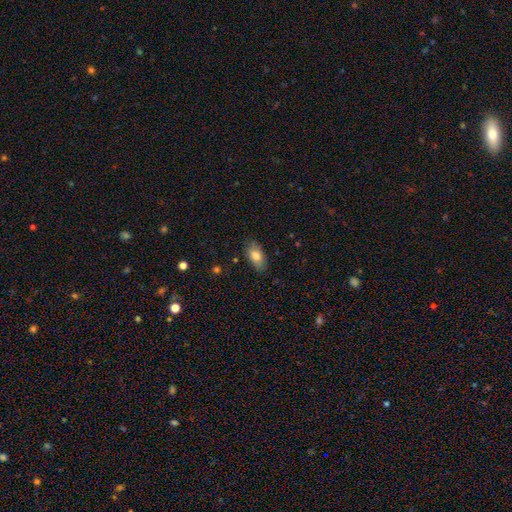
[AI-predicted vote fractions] This is clearly a smooth galaxy (80%). How rounded: clearly in between (91%). Merging: clearly none (82%).